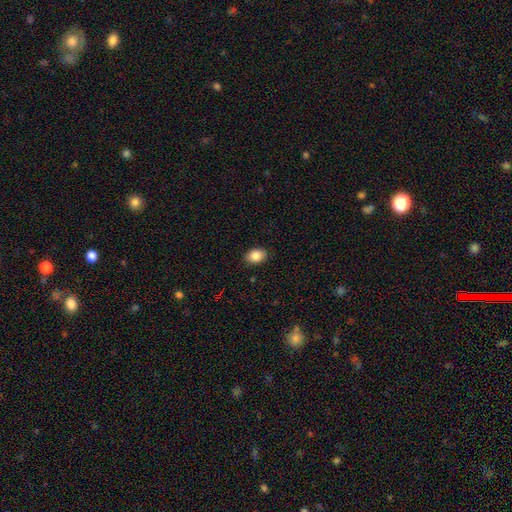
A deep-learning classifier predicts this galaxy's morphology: This is clearly a smooth galaxy (86%). How rounded: likely in between (79%). Merging: clearly none (89%).